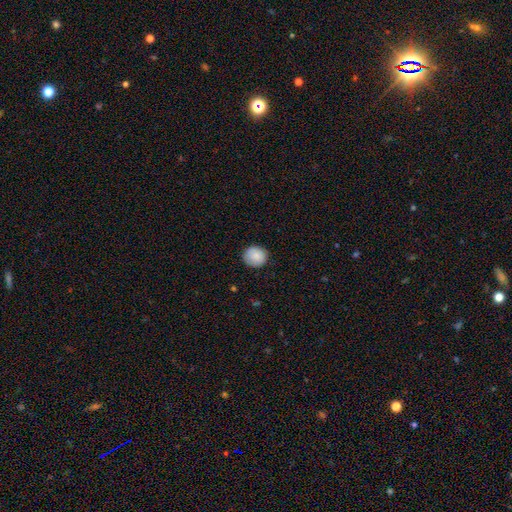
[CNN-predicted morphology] The model was most divided on "how rounded": round: 84%, in between: 15%, cigar-shaped: 1%. More confident: smooth or featured — smooth (86%); merging — none (85%).